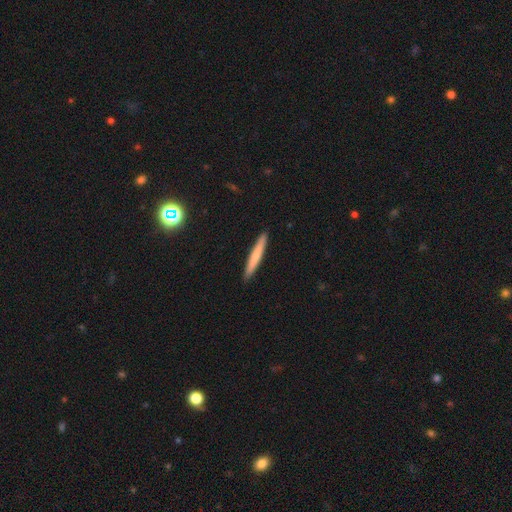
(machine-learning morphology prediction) The model was most divided on "smooth or featured": smooth: 67%, featured or disk: 27%, star or artifact: 5%. More confident: how rounded — cigar-shaped (96%); merging — none (92%).